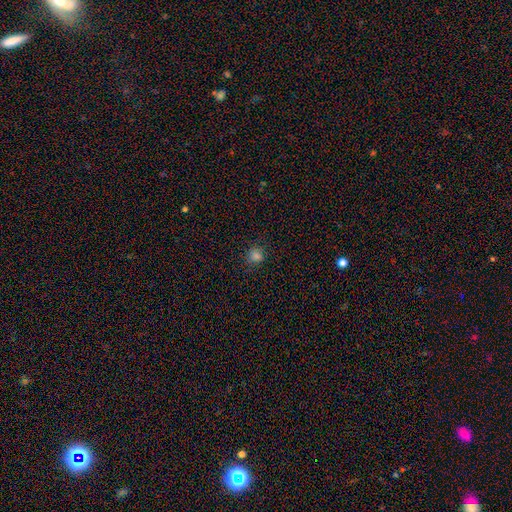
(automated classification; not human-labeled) Overall: smooth (80%). How rounded: round (87%). Merging: none (87%).